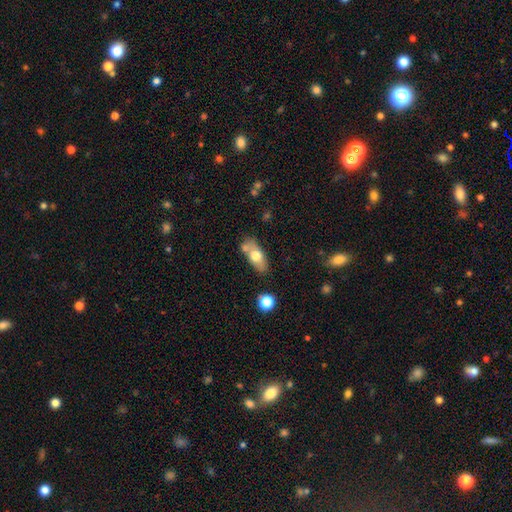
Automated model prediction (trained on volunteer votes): The model was most divided on "smooth or featured": smooth: 67%, featured or disk: 26%, star or artifact: 7%. More confident: how rounded — in between (83%); merging — none (61%).